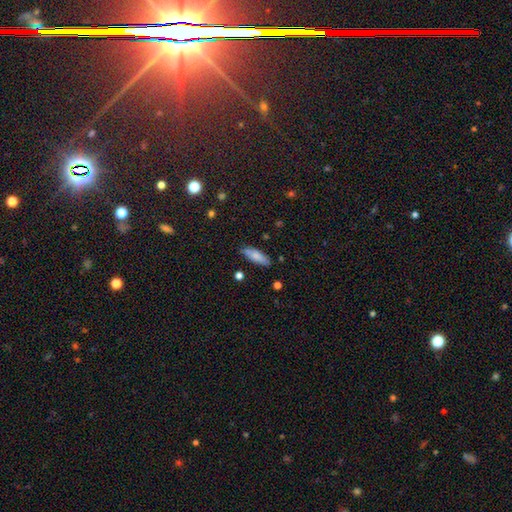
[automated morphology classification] A smooth galaxy with no disk features (79%) that is in between round and cigar-shaped (59%).

Vote fractions:
- Smooth or featured? smooth: 79% / featured or disk: 14% / star or artifact: 7%
- How rounded? in between: 59% / cigar-shaped: 39% / round: 2%
- Merging? none: 82% / minor disturbance: 13% / major disturbance: 3% / merger: 2%